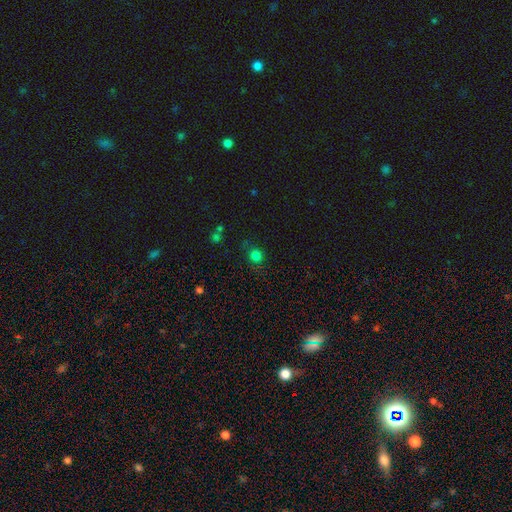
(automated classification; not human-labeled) smooth 76%, star or artifact 18%, featured or disk 6%. Down the decision tree: how rounded — round (82%); merging — none (74%).